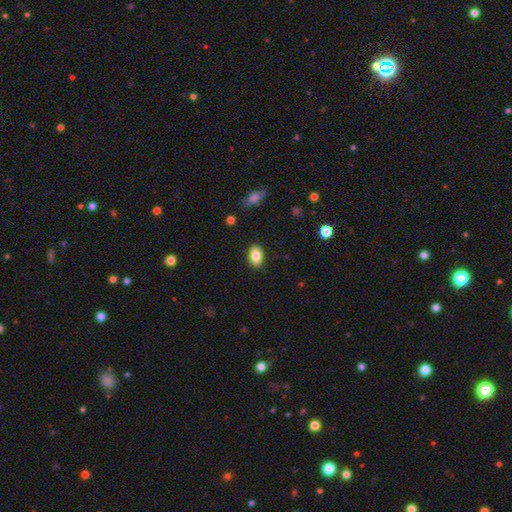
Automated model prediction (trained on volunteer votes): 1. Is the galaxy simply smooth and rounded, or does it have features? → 85% smooth, 8% star or artifact, 7% featured or disk.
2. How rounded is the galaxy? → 87% in between, 11% round, 2% cigar-shaped.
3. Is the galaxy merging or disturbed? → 88% none, 9% minor disturbance, 2% major disturbance, 1% merger.